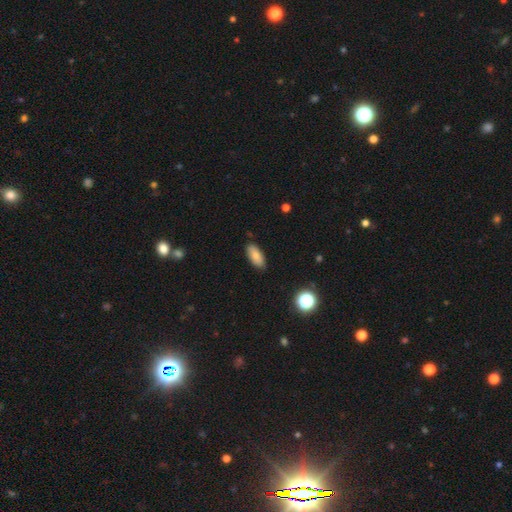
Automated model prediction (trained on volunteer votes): This is clearly a smooth galaxy (82%). How rounded: clearly in between (87%). Merging: clearly none (86%).